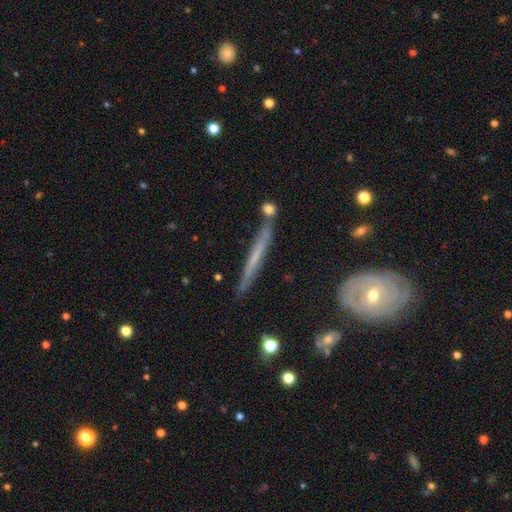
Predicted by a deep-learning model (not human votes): The model was most divided on "smooth or featured": featured or disk: 55%, smooth: 38%, star or artifact: 7%. More confident: edge-on disk — yes (94%); merging — none (82%); edge-on bulge — none (80%).